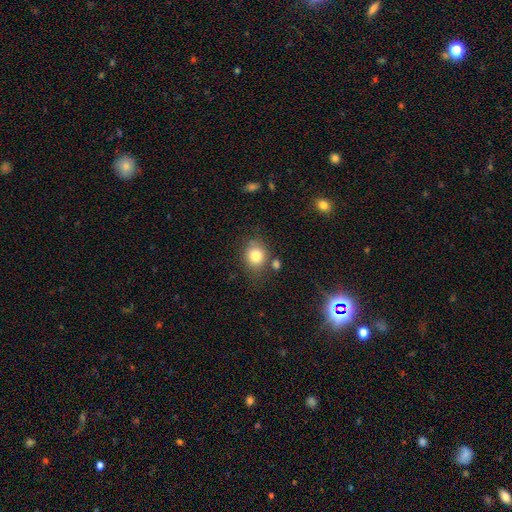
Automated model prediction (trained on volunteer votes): Smooth or featured: smooth — 80% (star or artifact — 11%)
How rounded: round — 67% (in between — 32%)
Merging: none — 71% (minor disturbance — 16%)